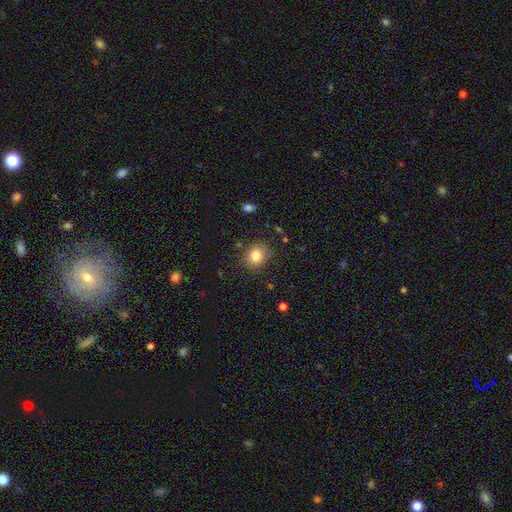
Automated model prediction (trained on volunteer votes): This appears to be a smooth galaxy with no disk features (82%) that is round (72%). Merging: none (82%).